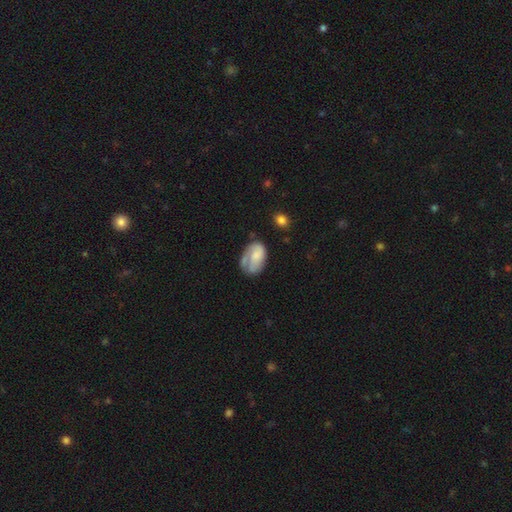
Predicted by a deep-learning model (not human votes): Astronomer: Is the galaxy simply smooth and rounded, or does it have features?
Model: smooth — 61%.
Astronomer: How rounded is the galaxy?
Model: in between — 86%.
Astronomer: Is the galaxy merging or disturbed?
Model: none — 40% (runner-up: minor disturbance, 31%).